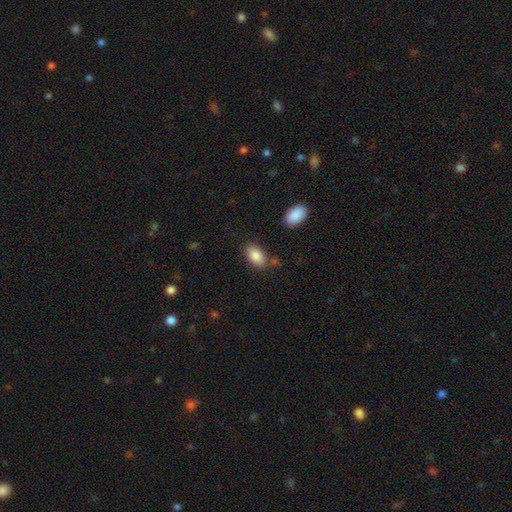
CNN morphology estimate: smooth 87%, star or artifact 7%, featured or disk 6%. Down the decision tree: how rounded — in between (92%); merging — none (74%).